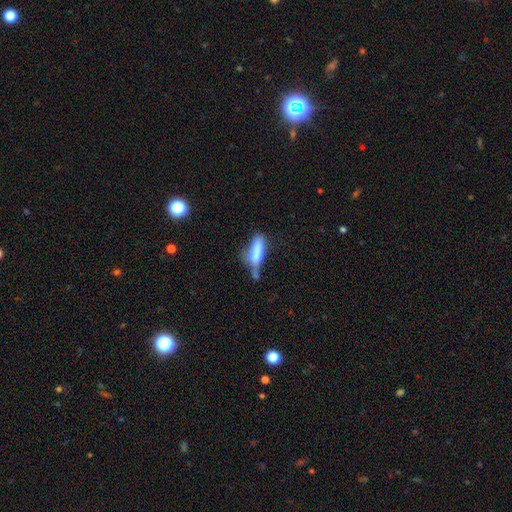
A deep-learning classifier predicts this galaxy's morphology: This is likely a smooth galaxy (65%). How rounded: possibly in between (51%). Merging: marginally none (27%).